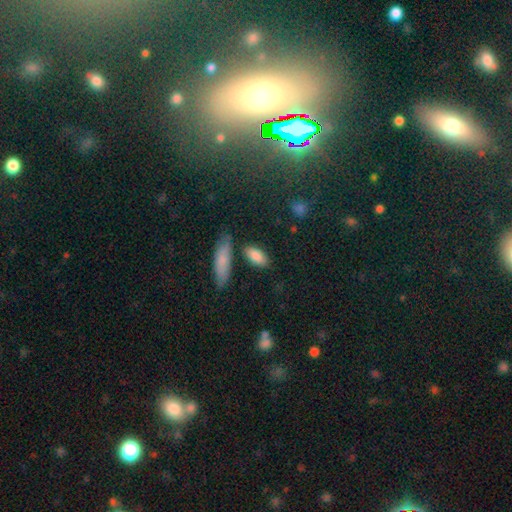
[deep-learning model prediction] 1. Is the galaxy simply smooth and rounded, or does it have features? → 85% smooth, 8% featured or disk, 7% star or artifact.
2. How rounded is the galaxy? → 85% in between, 12% cigar-shaped, 3% round.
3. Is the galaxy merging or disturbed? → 75% none, 14% minor disturbance, 8% merger, 4% major disturbance.